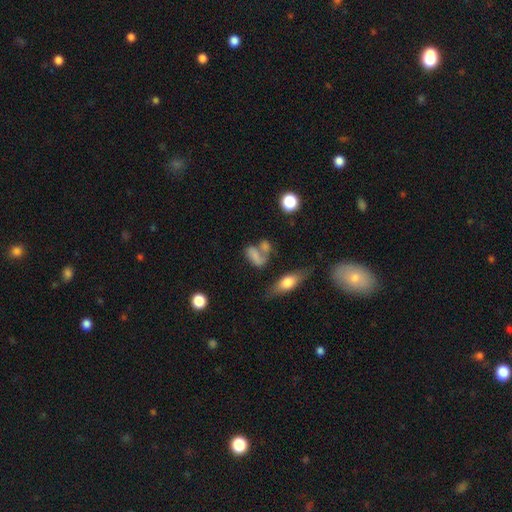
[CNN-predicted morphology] Overall: smooth (64%). How rounded: in between (75%). Merging: merger (37%; none 32%).